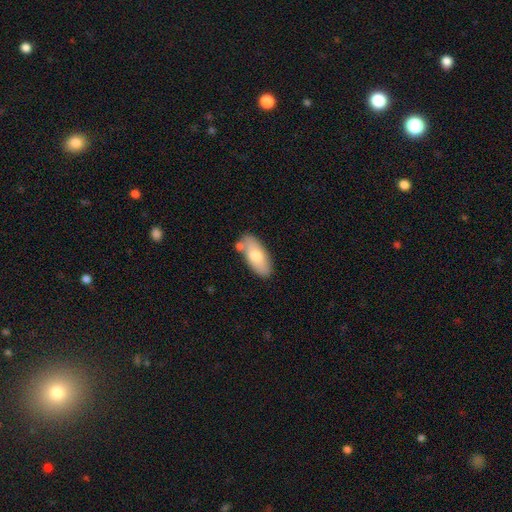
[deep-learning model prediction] A smooth galaxy with no disk features (73%) that is in between round and cigar-shaped (89%).

Vote fractions:
- Smooth or featured? smooth: 73% / featured or disk: 21% / star or artifact: 6%
- How rounded? in between: 89% / cigar-shaped: 9% / round: 3%
- Merging? none: 72% / minor disturbance: 15% / merger: 10% / major disturbance: 3%